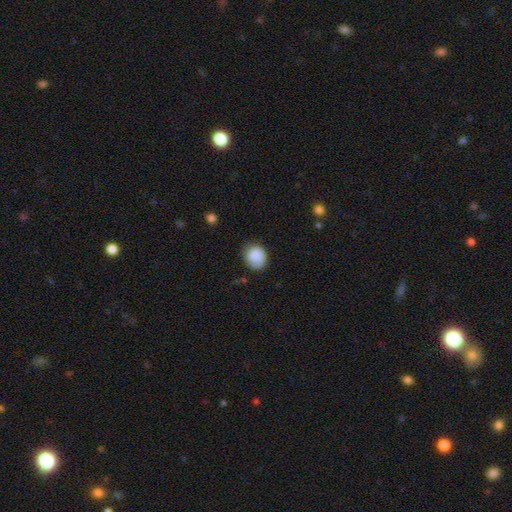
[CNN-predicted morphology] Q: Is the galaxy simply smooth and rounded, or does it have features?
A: smooth — 85%.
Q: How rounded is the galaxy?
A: round — 72%.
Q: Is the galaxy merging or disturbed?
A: none — 70%.